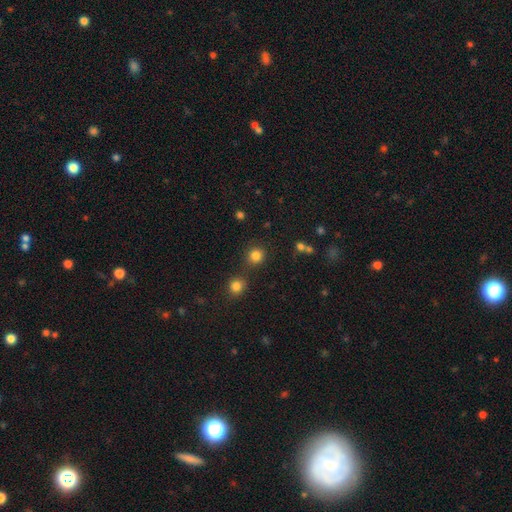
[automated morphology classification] A smooth galaxy with no disk features (83%) that is round (91%).

Vote fractions:
- Smooth or featured? smooth: 83% / star or artifact: 13% / featured or disk: 4%
- How rounded? round: 91% / in between: 8% / cigar-shaped: 1%
- Merging? none: 82% / merger: 8% / minor disturbance: 7% / major disturbance: 3%